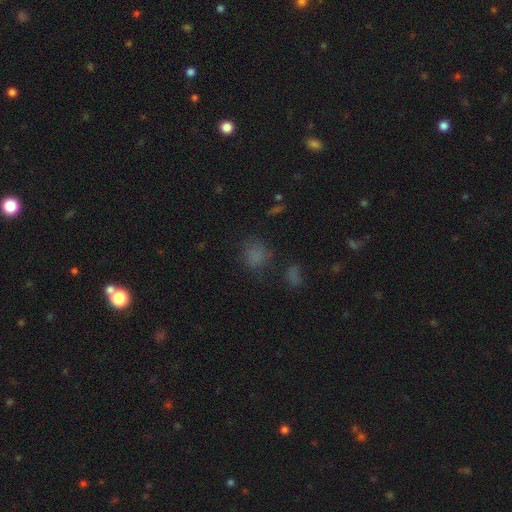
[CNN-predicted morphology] smooth 71%, star or artifact 21%, featured or disk 8%. Down the decision tree: how rounded — round (69%); merging — none (60%).